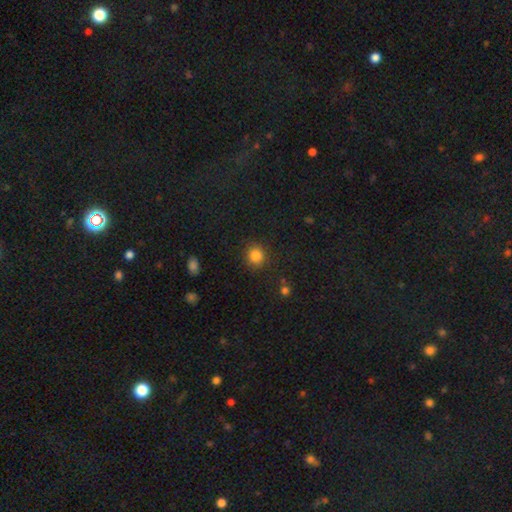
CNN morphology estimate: This is clearly a smooth galaxy (84%). How rounded: clearly round (86%). Merging: clearly none (87%).